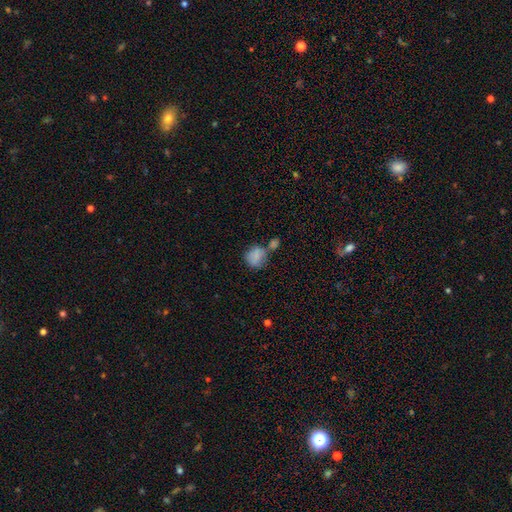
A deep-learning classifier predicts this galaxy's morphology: The model was most divided on "merging": none: 39%, merger: 34%, minor disturbance: 18%, major disturbance: 9%. More confident: smooth or featured — smooth (80%); how rounded — round (67%).